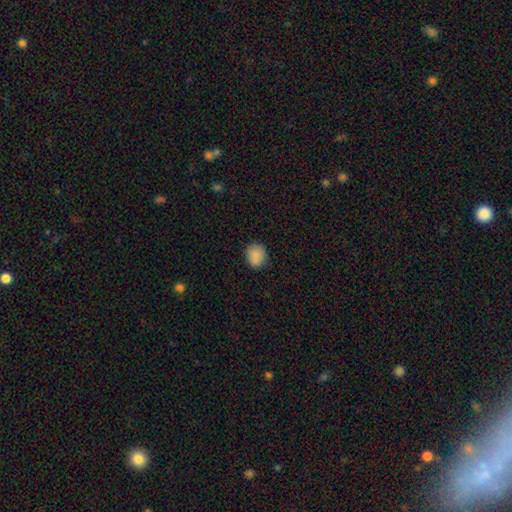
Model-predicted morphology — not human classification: Smooth or featured? smooth (87%)
How rounded? round (71%)
Merging? none (82%)